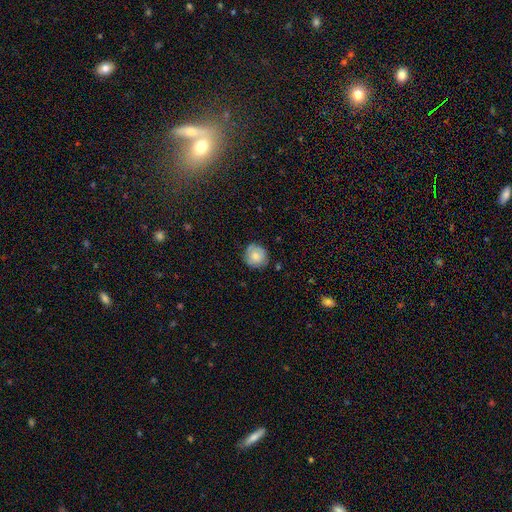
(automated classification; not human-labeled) Overall: smooth (73%). How rounded: round (90%). Merging: none (78%).